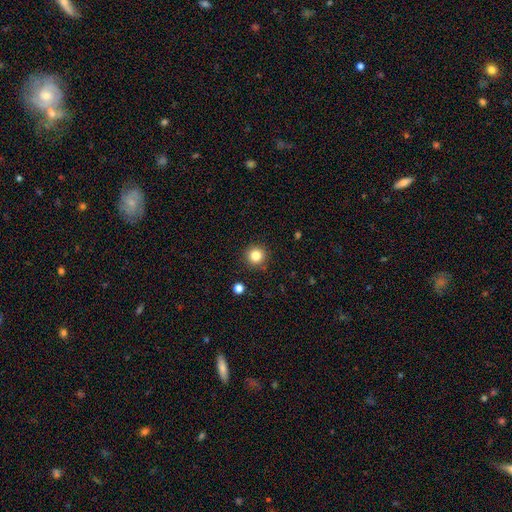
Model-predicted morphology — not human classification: Smooth or featured? smooth (83%)
How rounded? round (95%)
Merging? none (91%)